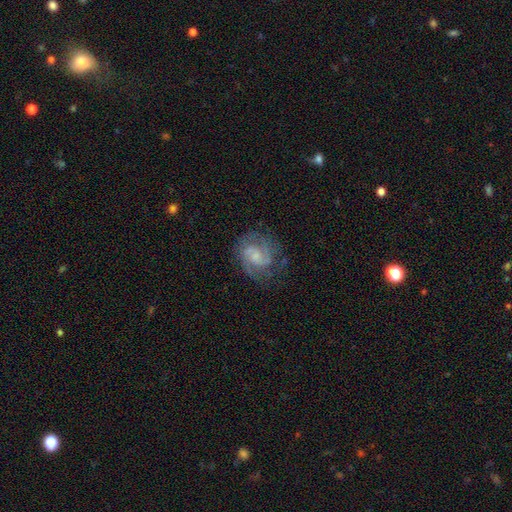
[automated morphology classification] Overall: featured or disk (83%). Edge-on disk: no (98%). Bar: no (49%; weak 44%). Spiral arms: yes (96%). Spiral arm count: 2 (81%). Spiral winding: medium (50%; tight 36%). Bulge size: small (49%; moderate 25%). Merging: none (73%).